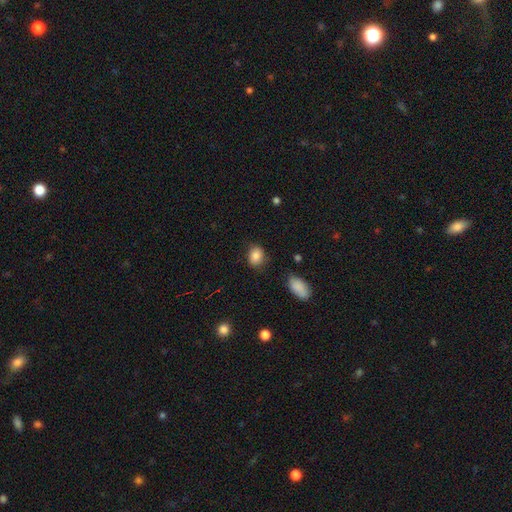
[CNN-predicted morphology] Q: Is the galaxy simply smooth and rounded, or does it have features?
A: smooth — 86%.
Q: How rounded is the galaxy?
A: in between — 58%.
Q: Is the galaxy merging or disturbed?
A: none — 79%.